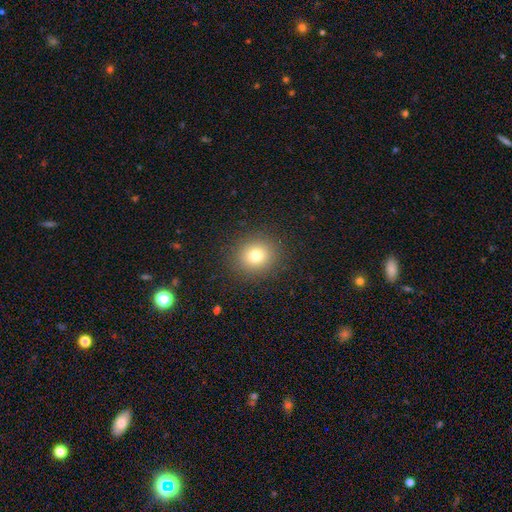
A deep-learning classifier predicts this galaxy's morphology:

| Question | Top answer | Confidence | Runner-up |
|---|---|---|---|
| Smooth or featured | smooth | 78% | star or artifact (14%) |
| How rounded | round | 84% | in between (15%) |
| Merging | none | 90% | minor disturbance (6%) |